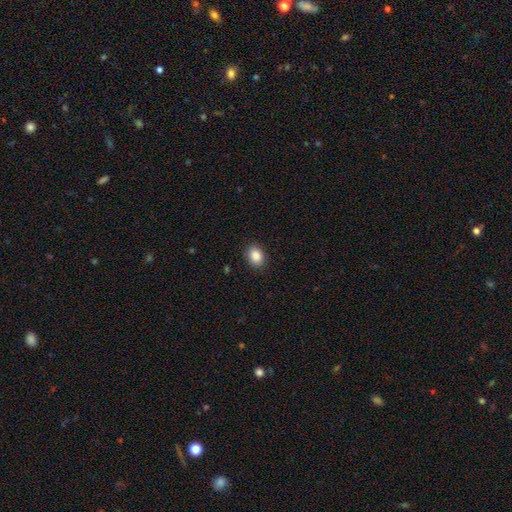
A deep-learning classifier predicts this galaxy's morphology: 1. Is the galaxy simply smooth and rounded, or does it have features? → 88% smooth, 8% star or artifact, 4% featured or disk.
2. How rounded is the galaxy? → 62% in between, 37% round, 1% cigar-shaped.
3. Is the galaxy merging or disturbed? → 88% none, 9% minor disturbance, 2% major disturbance, 1% merger.